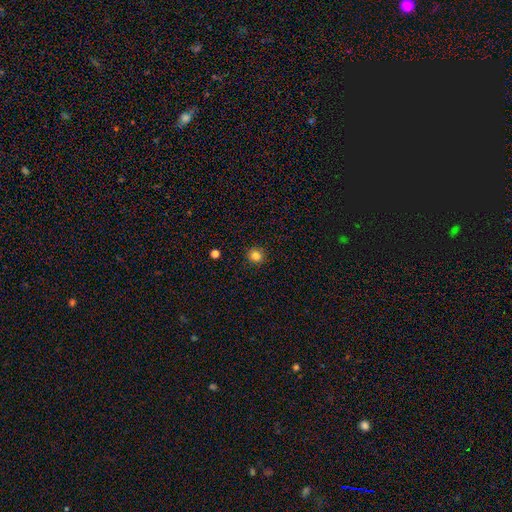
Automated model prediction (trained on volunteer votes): Smooth or featured? smooth (82%)
How rounded? round (91%)
Merging? none (92%)